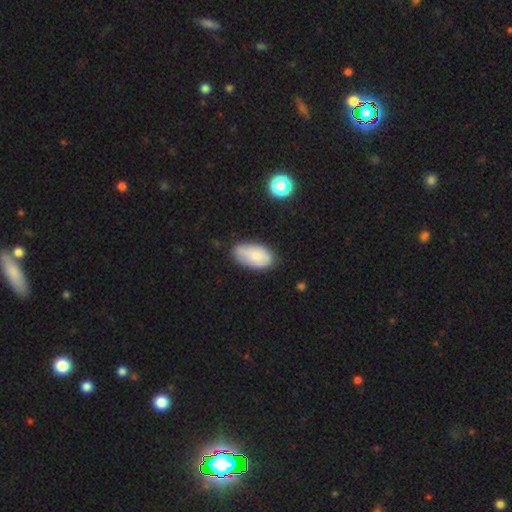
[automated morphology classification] Overall: smooth (70%). How rounded: in between (94%). Merging: none (67%).